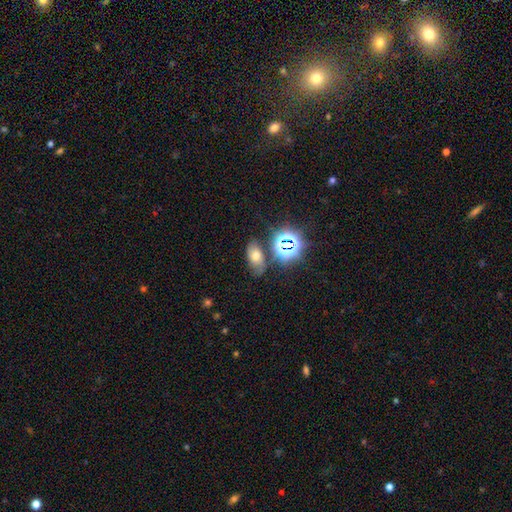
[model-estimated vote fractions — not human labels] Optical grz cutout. It shows a smooth galaxy with no disk features (50%). Merging: none (68%).